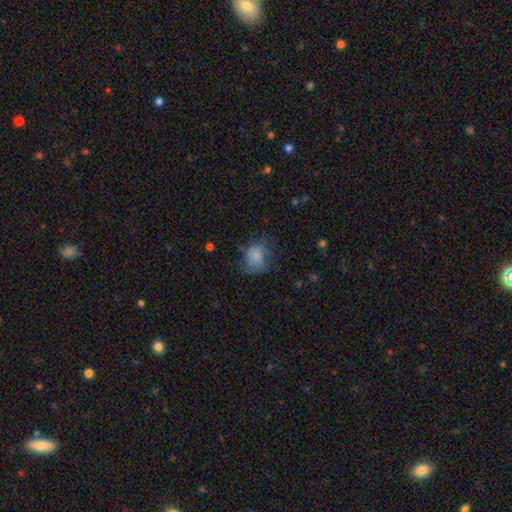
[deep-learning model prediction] The model was most divided on "how rounded": round: 51%, in between: 48%, cigar-shaped: 1%. Remaining: smooth or featured — smooth (77%); merging — none (49%).